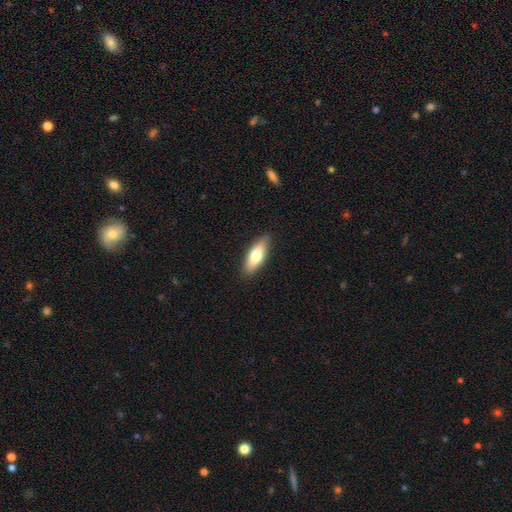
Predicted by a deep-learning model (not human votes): smooth_or_featured: smooth (p=0.69) [alt: featured or disk p=0.25]
how_rounded: in between (p=0.62) [alt: cigar-shaped p=0.36]
merging: none (p=0.88) [alt: minor disturbance p=0.10]